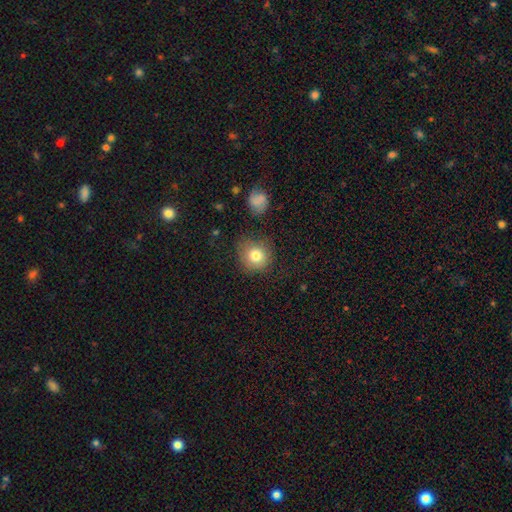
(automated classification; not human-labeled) Smooth or featured: smooth — 81% (star or artifact — 10%)
How rounded: round — 87% (in between — 12%)
Merging: none — 75% (minor disturbance — 16%)